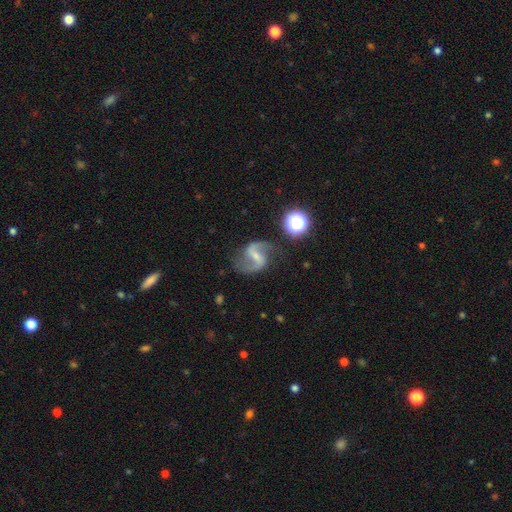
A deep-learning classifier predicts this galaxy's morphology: Overall: featured or disk (86%). Edge-on disk: no (98%). Bar: strong (51%; weak 37%). Spiral arms: yes (95%). Spiral arm count: 2 (93%). Spiral winding: loose (60%; medium 33%). Bulge size: small (59%; moderate 24%). Merging: none (77%).